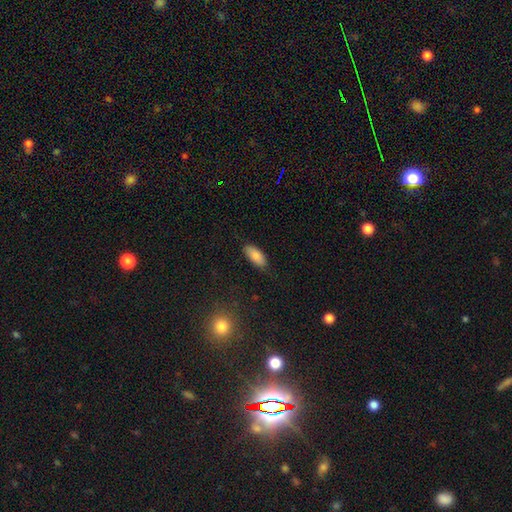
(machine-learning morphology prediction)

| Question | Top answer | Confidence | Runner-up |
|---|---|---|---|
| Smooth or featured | smooth | 84% | featured or disk (9%) |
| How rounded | in between | 86% | cigar-shaped (12%) |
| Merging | none | 80% | minor disturbance (16%) |